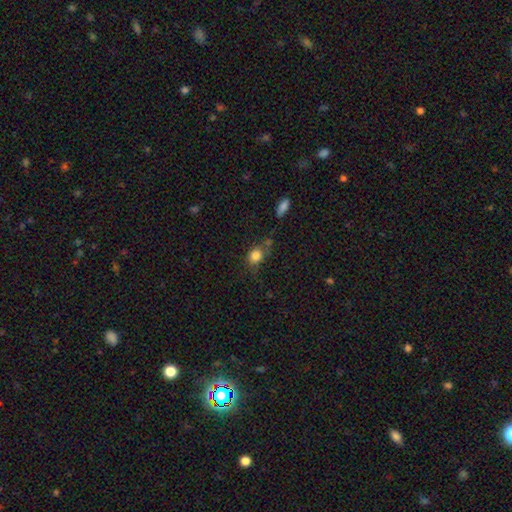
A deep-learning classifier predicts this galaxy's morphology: smooth_or_featured: smooth (p=0.82) [alt: star or artifact p=0.10]
how_rounded: round (p=0.57) [alt: in between p=0.41]
merging: none (p=0.54) [alt: minor disturbance p=0.25]